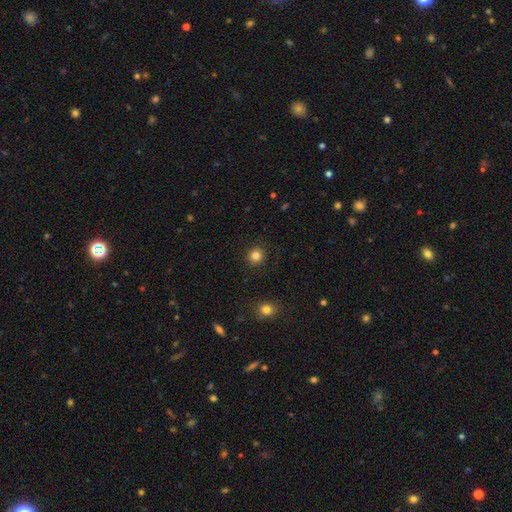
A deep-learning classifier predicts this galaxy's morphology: Overall: smooth (83%). How rounded: round (92%). Merging: none (92%).